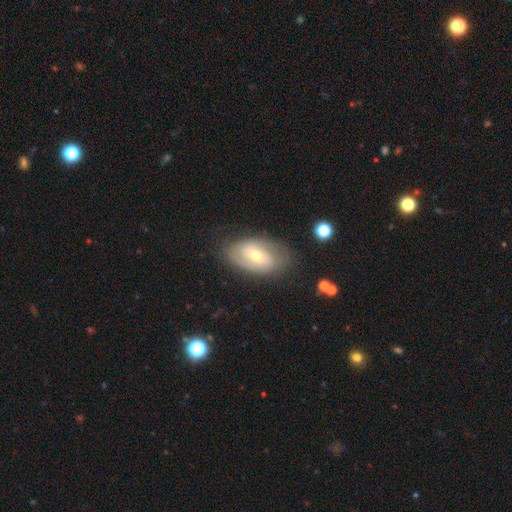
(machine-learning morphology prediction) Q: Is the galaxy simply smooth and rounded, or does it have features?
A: featured or disk — 65%.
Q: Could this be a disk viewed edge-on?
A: no — 93%.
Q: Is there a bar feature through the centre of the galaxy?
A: weak — 44%.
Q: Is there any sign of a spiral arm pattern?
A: yes — 75%.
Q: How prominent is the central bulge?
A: moderate — 51%.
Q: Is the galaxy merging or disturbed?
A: none — 73%.